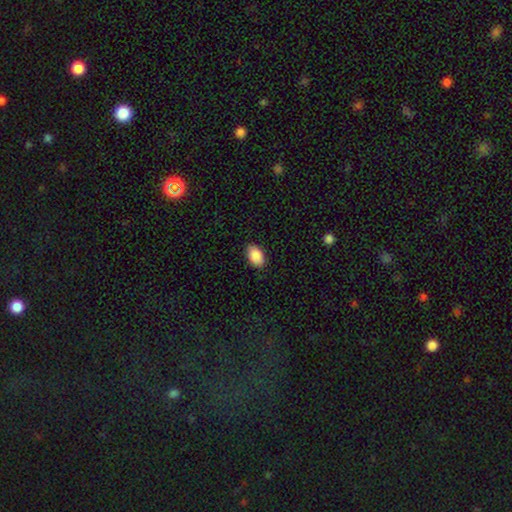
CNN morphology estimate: Overall: smooth (90%). How rounded: in between (93%). Merging: none (88%).